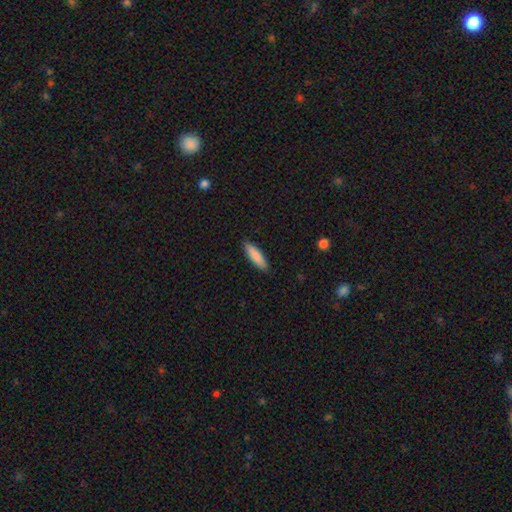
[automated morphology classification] This is clearly a smooth galaxy (86%). How rounded: likely cigar-shaped (64%). Merging: clearly none (89%).